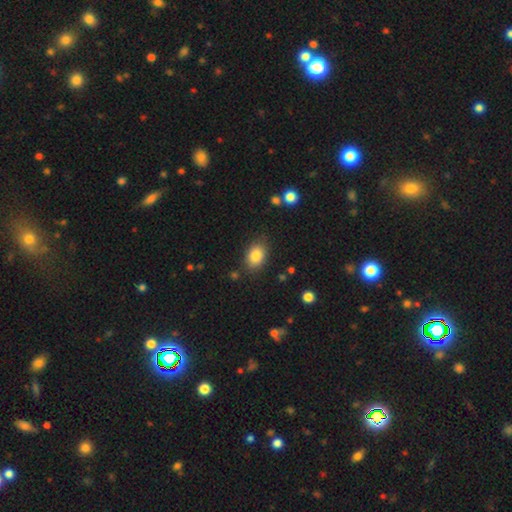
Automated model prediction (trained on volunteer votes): Smooth or featured? Predicted: smooth (p=0.84). How rounded? Predicted: in between (p=0.79). Merging? Predicted: none (p=0.82).